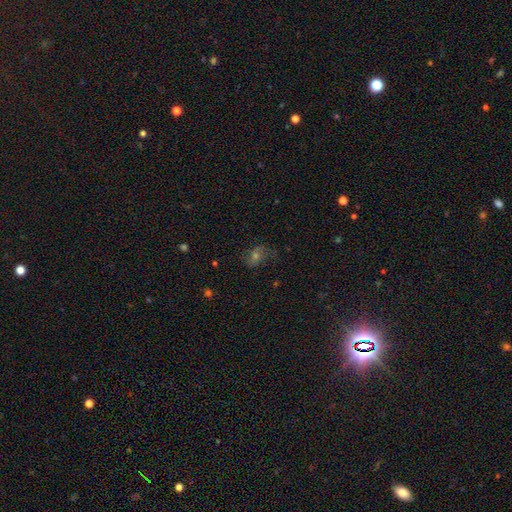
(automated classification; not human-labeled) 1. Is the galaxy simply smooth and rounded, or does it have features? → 41% featured or disk, 30% smooth, 29% star or artifact.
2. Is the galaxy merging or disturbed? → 65% none, 20% minor disturbance, 14% major disturbance, 2% merger.